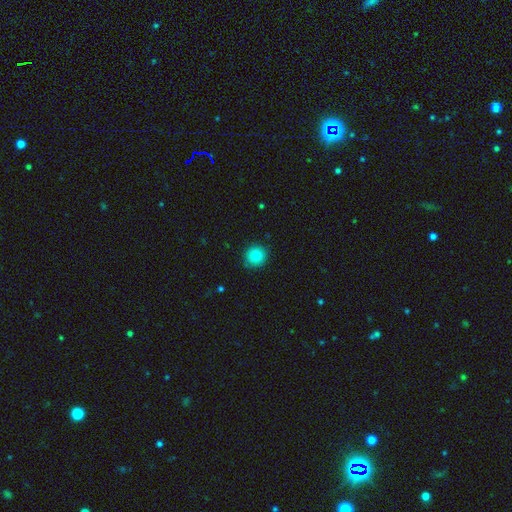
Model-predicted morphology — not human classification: type=smooth (83%); roundness=round (93%); merging=none (89%).